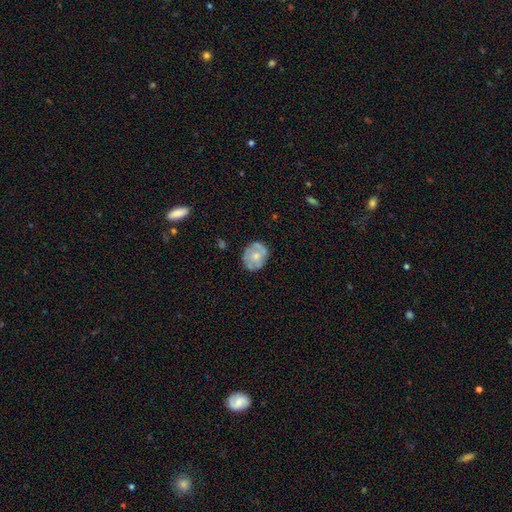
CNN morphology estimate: featured or disk 47%, smooth 46%, star or artifact 7%. Down the decision tree: merging — none (69%).